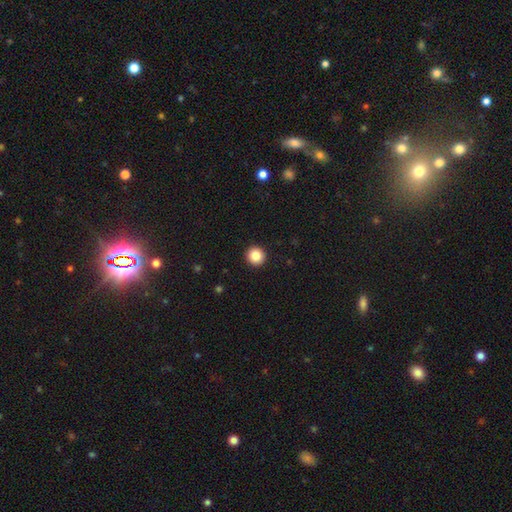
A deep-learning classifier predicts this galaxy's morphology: Overall: smooth (86%). How rounded: round (95%). Merging: none (93%).